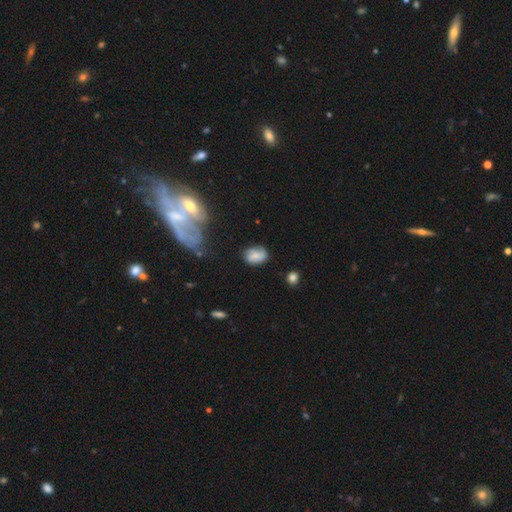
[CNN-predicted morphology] Smooth or featured? smooth (59%)
How rounded? in between (77%)
Merging? none (69%)